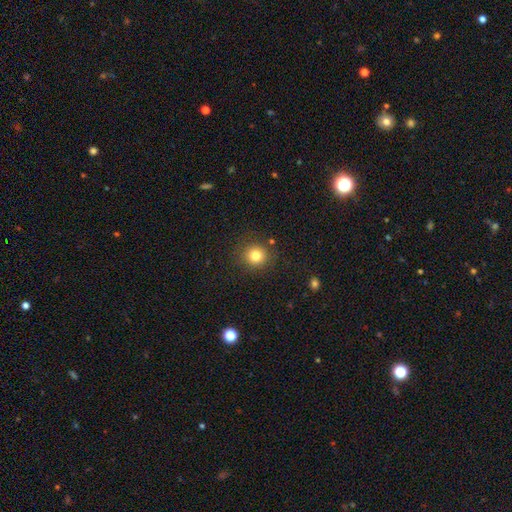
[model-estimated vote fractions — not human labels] Smooth or featured?
  - smooth: 80% *
  - star or artifact: 12%
  - featured or disk: 7%
How rounded?
  - round: 91% *
  - in between: 8%
  - cigar-shaped: 1%
Merging?
  - none: 87% *
  - minor disturbance: 8%
  - major disturbance: 3%
  - merger: 2%